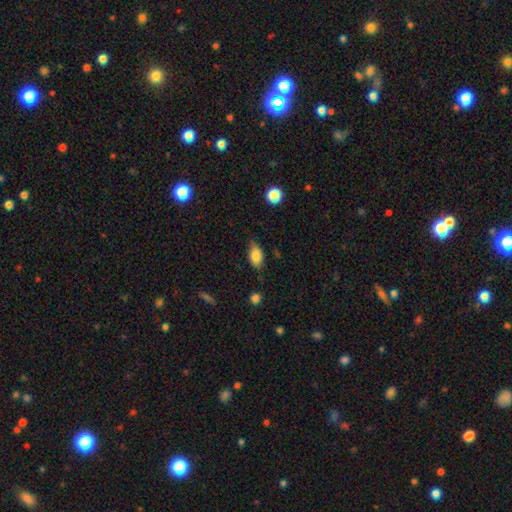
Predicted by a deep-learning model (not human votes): smooth-or-featured: smooth: 81% | featured or disk: 11% | star or artifact: 8%
  how-rounded: in between: 89% | round: 7% | cigar-shaped: 4%
  merging: none: 71% | minor disturbance: 22% | major disturbance: 4% | merger: 2%